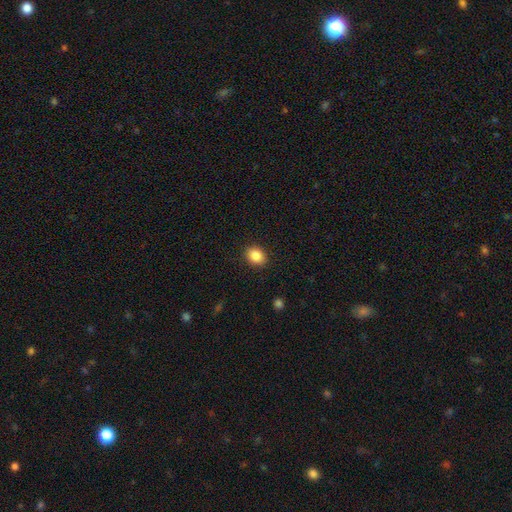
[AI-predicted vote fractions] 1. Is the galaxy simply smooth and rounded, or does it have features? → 87% smooth, 9% star or artifact, 4% featured or disk.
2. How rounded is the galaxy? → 56% in between, 43% round, 1% cigar-shaped.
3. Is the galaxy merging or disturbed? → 90% none, 7% minor disturbance, 2% major disturbance, 1% merger.